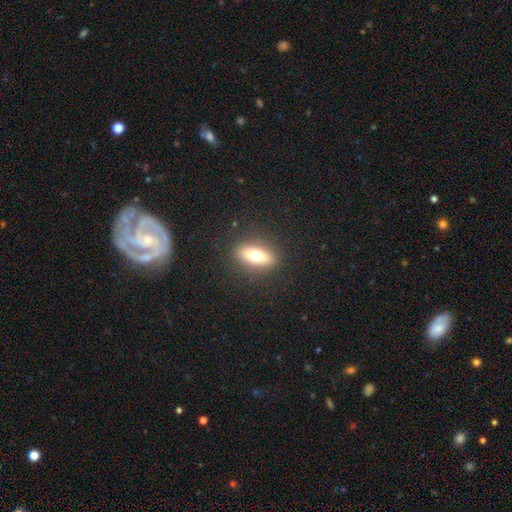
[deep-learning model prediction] This is likely a smooth galaxy (65%). How rounded: likely in between (70%). Merging: clearly none (87%).